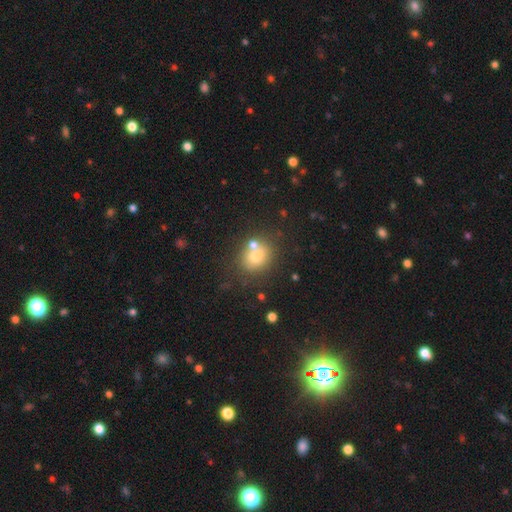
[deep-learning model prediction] This is likely a smooth galaxy (71%). How rounded: likely round (65%). Merging: likely none (61%).